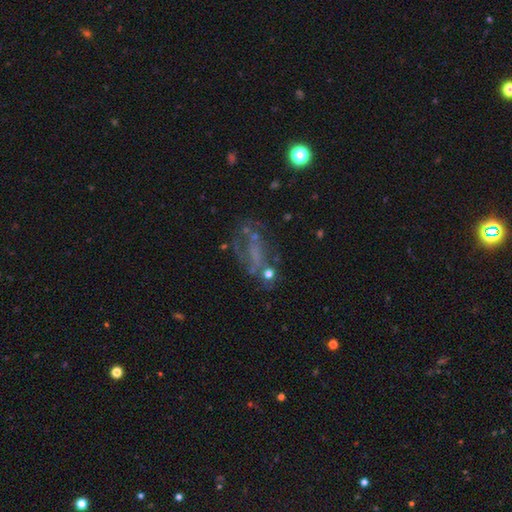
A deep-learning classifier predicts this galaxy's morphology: smooth_or_featured: featured or disk (p=0.54) [alt: smooth p=0.24]
disk_edge_on: no (p=0.93) [alt: yes p=0.07]
merging: none (p=0.46) [alt: major disturbance p=0.27]